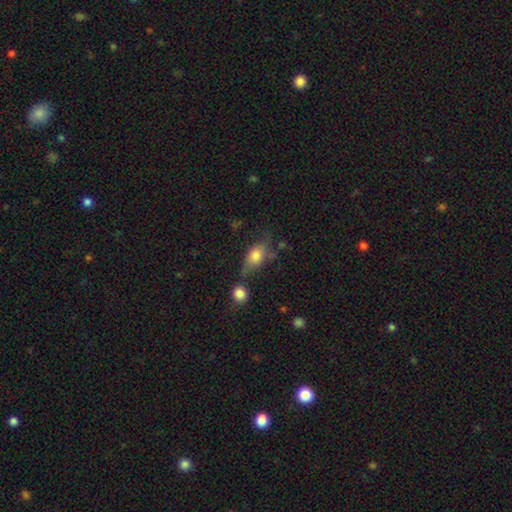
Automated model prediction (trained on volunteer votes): Smooth or featured?
  - smooth: 71% *
  - featured or disk: 21%
  - star or artifact: 9%
How rounded?
  - in between: 79% *
  - round: 13%
  - cigar-shaped: 8%
Merging?
  - none: 45% *
  - minor disturbance: 25%
  - merger: 16%
  - major disturbance: 15%